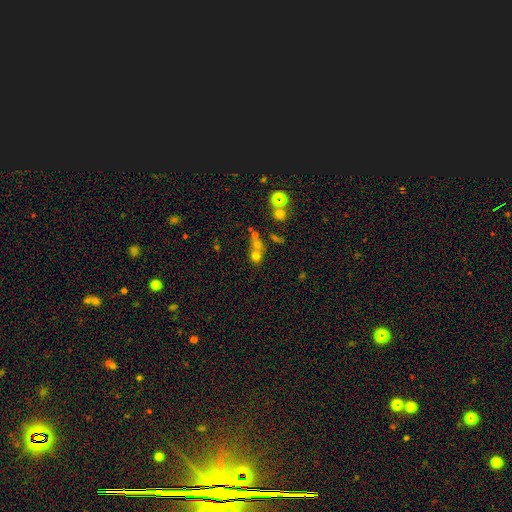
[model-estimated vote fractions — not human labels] Q: Smooth or featured?
A: smooth (61%); runner-up: star or artifact (22%)
Q: How rounded?
A: round (74%); runner-up: in between (24%)
Q: Merging?
A: merger (50%); runner-up: none (36%)